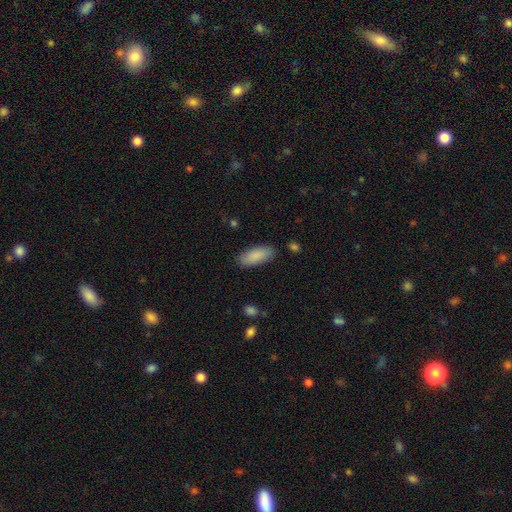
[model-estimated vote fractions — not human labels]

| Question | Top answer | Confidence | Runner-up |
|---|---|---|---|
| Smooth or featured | smooth | 89% | star or artifact (6%) |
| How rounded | in between | 78% | cigar-shaped (20%) |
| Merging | none | 86% | minor disturbance (10%) |